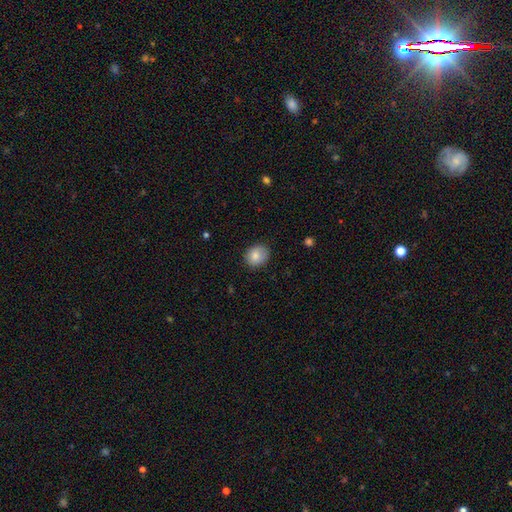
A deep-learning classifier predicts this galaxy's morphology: smooth_or_featured: smooth (p=0.84) [alt: star or artifact p=0.08]
how_rounded: round (p=0.59) [alt: in between p=0.40]
merging: none (p=0.82) [alt: minor disturbance p=0.14]